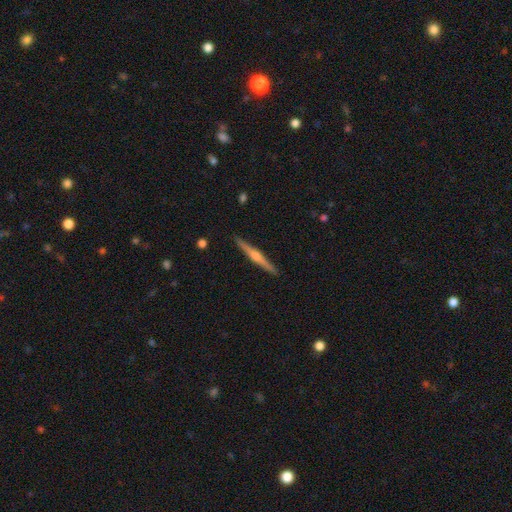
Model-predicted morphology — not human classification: Smooth or featured? featured or disk (74%)
Edge-on disk? yes (98%)
Edge-on bulge? rounded (79%)
Merging? none (92%)